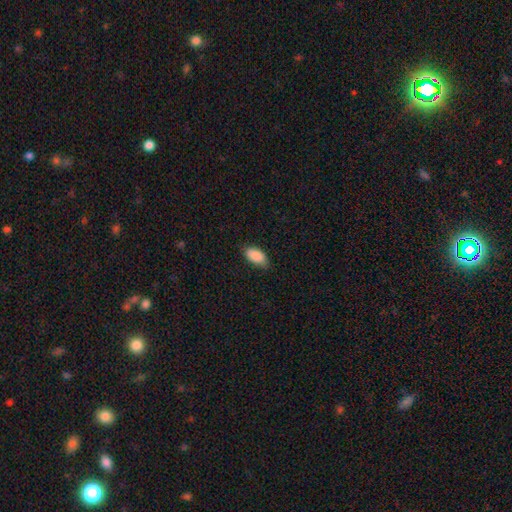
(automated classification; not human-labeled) smooth_or_featured: smooth (p=0.90) [alt: star or artifact p=0.06]
how_rounded: in between (p=0.93) [alt: cigar-shaped p=0.04]
merging: none (p=0.78) [alt: minor disturbance p=0.18]